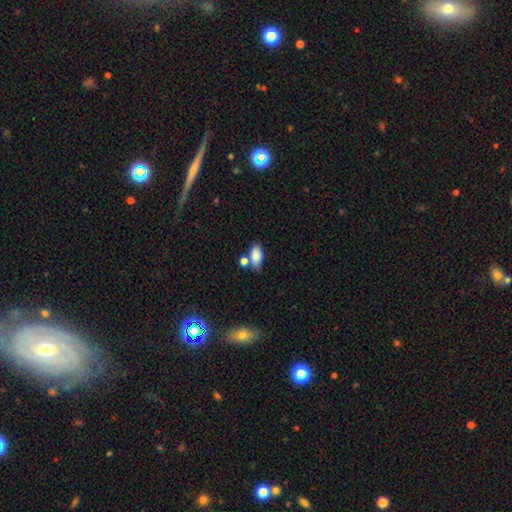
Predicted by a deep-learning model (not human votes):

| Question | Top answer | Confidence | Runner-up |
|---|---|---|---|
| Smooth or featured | smooth | 85% | star or artifact (8%) |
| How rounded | in between | 91% | round (5%) |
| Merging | none | 54% | merger (25%) |